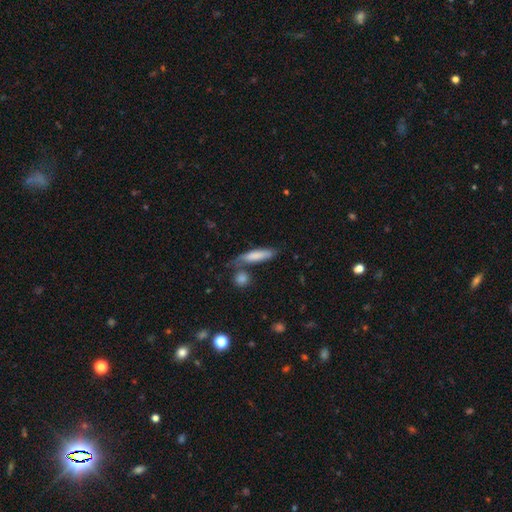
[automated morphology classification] This appears to be a smooth galaxy with no disk features (76%) that is cigar-shaped (73%). Merging: none (58%).